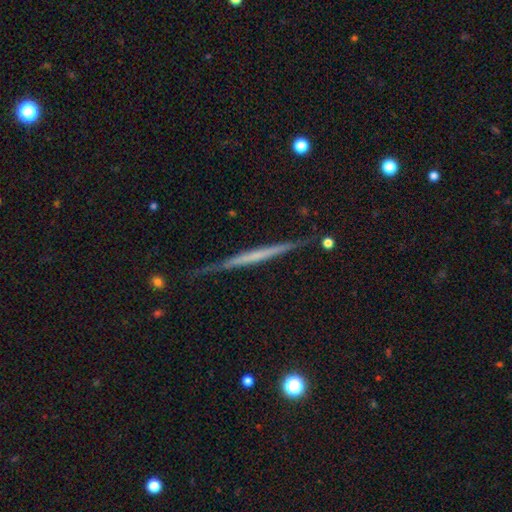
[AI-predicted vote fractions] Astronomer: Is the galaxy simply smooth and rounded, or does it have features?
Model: featured or disk — 64%.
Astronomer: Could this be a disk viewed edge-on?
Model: yes — 97%.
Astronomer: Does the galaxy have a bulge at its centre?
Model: none — 83%.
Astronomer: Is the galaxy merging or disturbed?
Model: none — 84%.